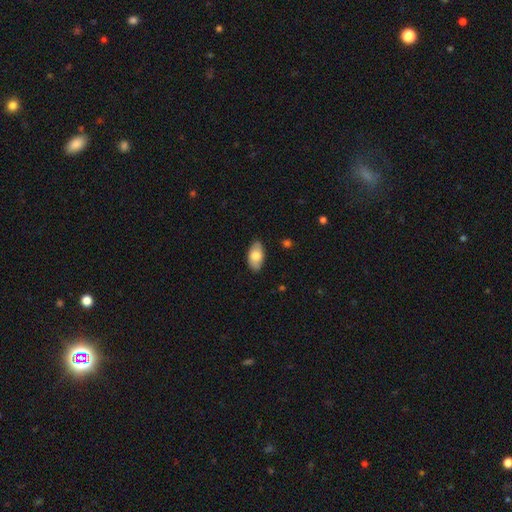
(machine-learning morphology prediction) Smooth or featured: smooth — 77% (featured or disk — 17%)
How rounded: in between — 94% (round — 3%)
Merging: none — 85% (minor disturbance — 12%)